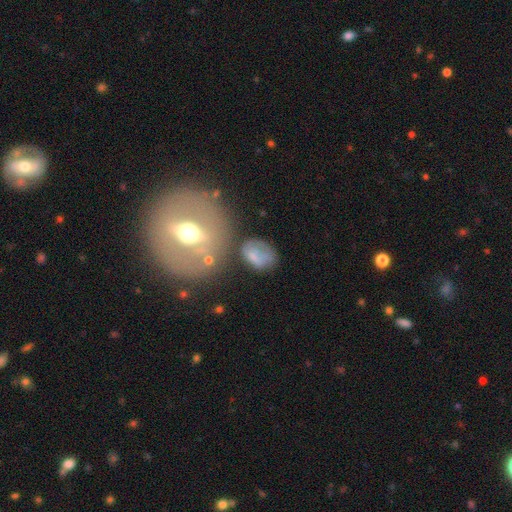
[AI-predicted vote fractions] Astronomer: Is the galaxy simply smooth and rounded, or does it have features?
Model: smooth — 56% (runner-up: featured or disk, 32%).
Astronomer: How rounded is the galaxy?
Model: in between — 71%.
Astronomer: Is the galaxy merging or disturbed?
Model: none — 44% (runner-up: minor disturbance, 26%).